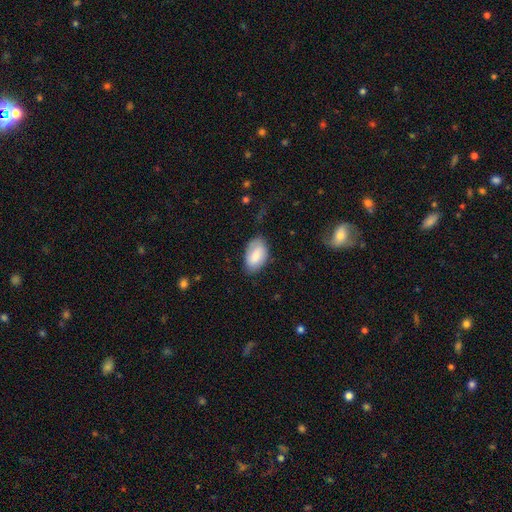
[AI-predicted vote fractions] The model was most divided on "merging": none: 72%, minor disturbance: 22%, major disturbance: 5%, merger: 1%. More confident: how rounded — in between (93%); smooth or featured — smooth (78%).